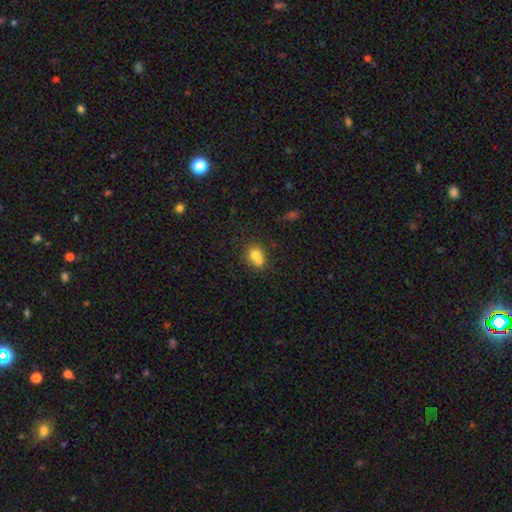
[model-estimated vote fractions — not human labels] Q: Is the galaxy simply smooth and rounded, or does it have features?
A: smooth — 71%.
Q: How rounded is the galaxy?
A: round — 71%.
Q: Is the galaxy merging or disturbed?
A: merger — 57%.